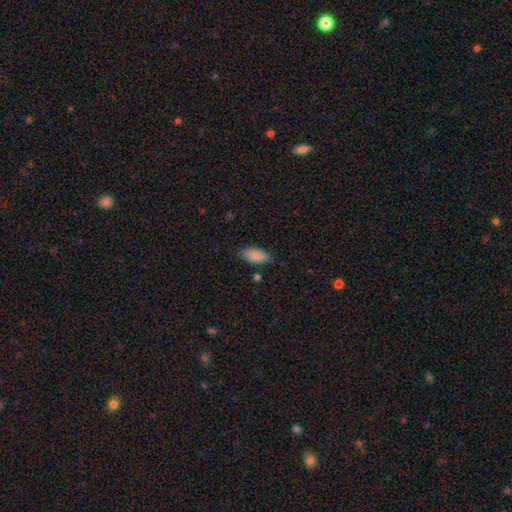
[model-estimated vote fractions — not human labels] Smooth or featured?
  - smooth: 84% *
  - featured or disk: 9%
  - star or artifact: 7%
How rounded?
  - in between: 92% *
  - cigar-shaped: 6%
  - round: 2%
Merging?
  - none: 77% *
  - minor disturbance: 18%
  - major disturbance: 3%
  - merger: 2%